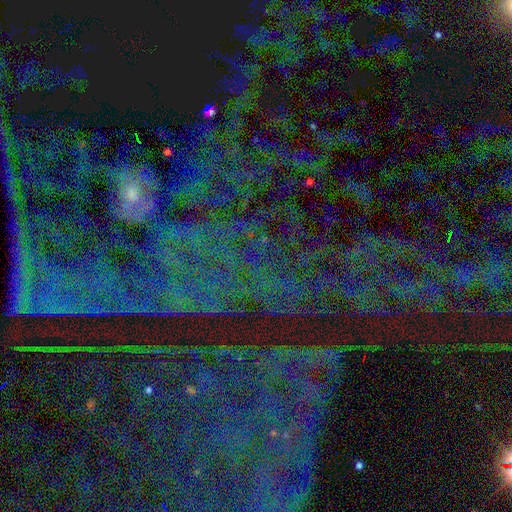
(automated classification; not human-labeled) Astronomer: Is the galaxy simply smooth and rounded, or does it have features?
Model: star or artifact — 81%.